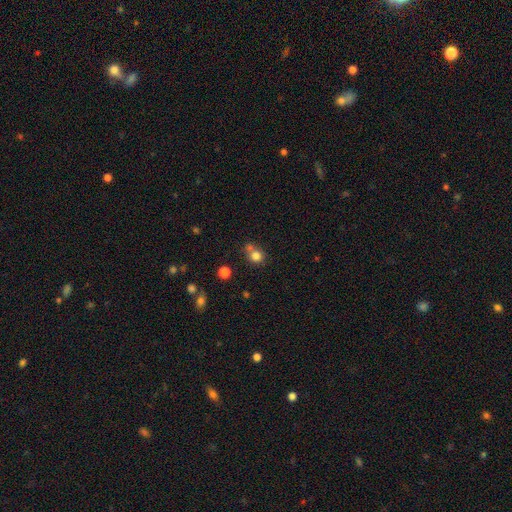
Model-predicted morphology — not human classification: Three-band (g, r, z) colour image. It shows a smooth galaxy with no disk features (79%) that is round (83%). Merging: none (55%).